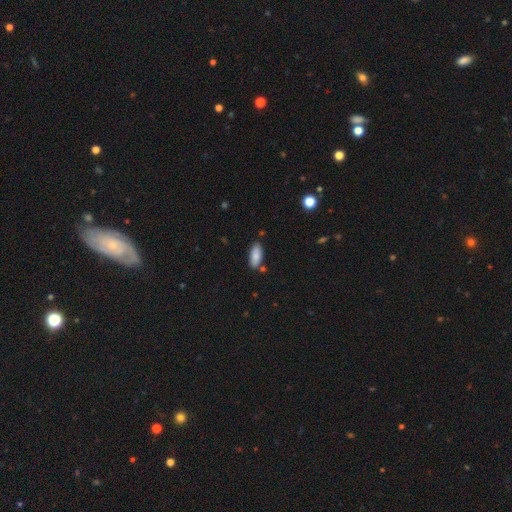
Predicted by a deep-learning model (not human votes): smooth_or_featured: smooth (p=0.86) [alt: featured or disk p=0.08]
how_rounded: in between (p=0.83) [alt: cigar-shaped p=0.15]
merging: none (p=0.81) [alt: minor disturbance p=0.12]